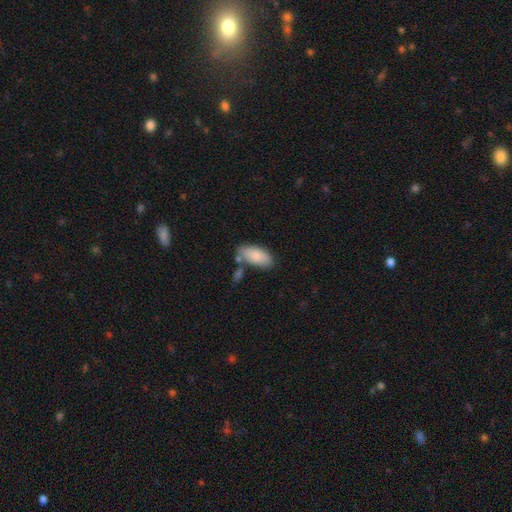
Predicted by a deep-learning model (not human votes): Overall: smooth (83%). How rounded: in between (91%). Merging: none (65%).